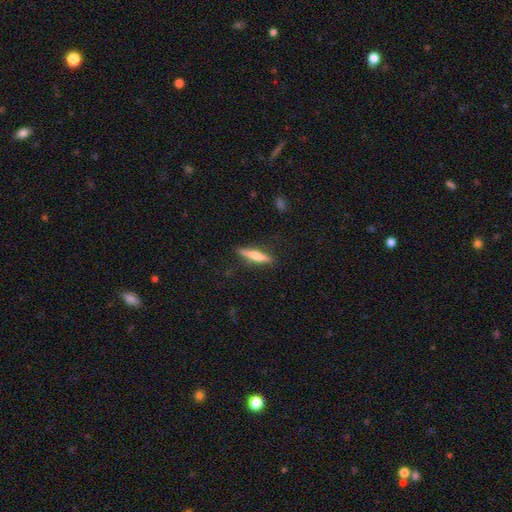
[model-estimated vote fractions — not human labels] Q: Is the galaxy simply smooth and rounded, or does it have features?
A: smooth — 48%.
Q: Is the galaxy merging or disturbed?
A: none — 87%.